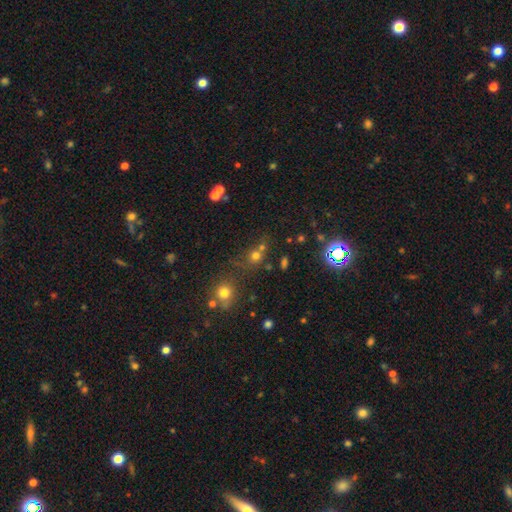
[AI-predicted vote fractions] A smooth galaxy with no disk features (65%) that is round (83%).

Vote fractions:
- Smooth or featured? smooth: 65% / star or artifact: 26% / featured or disk: 10%
- How rounded? round: 83% / in between: 16% / cigar-shaped: 1%
- Merging? none: 56% / merger: 27% / minor disturbance: 11% / major disturbance: 6%